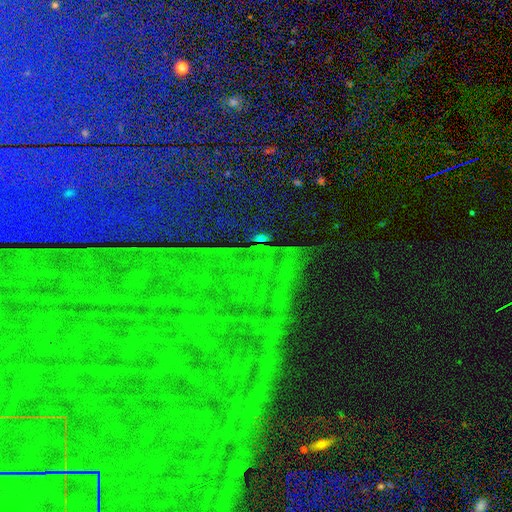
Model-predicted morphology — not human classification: Overall: star or artifact (87%).